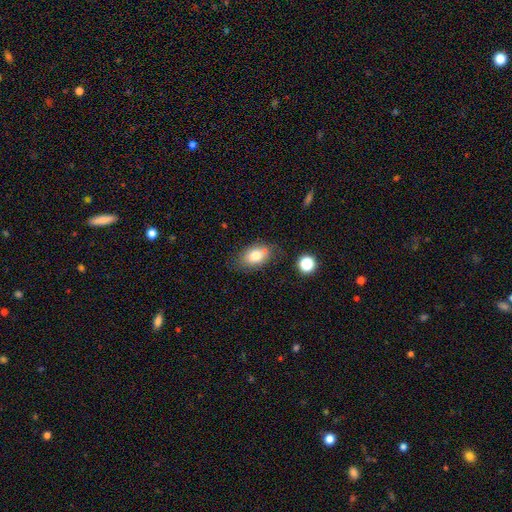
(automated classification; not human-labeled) A smooth galaxy with no disk features (79%) that is in between round and cigar-shaped (86%).

Vote fractions:
- Smooth or featured? smooth: 79% / featured or disk: 13% / star or artifact: 9%
- How rounded? in between: 86% / round: 12% / cigar-shaped: 2%
- Merging? none: 70% / minor disturbance: 19% / merger: 6% / major disturbance: 5%